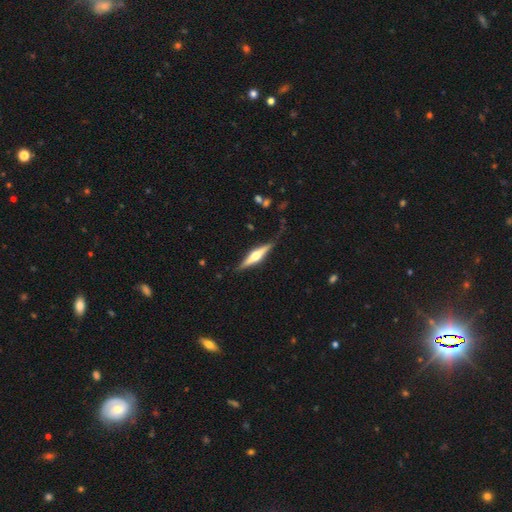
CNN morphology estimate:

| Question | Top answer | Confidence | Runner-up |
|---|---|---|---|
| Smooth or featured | featured or disk | 71% | smooth (24%) |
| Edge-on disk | yes | 97% | no (3%) |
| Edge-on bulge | rounded | 92% | boxy (5%) |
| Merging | none | 80% | minor disturbance (14%) |